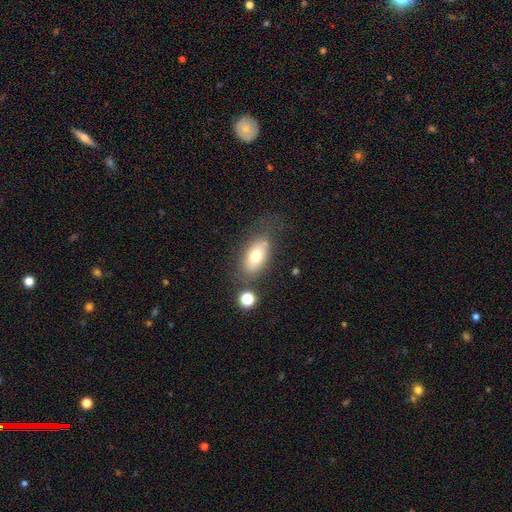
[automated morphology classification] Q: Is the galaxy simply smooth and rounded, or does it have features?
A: smooth — 70%.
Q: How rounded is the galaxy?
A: in between — 87%.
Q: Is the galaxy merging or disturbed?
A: none — 65%.